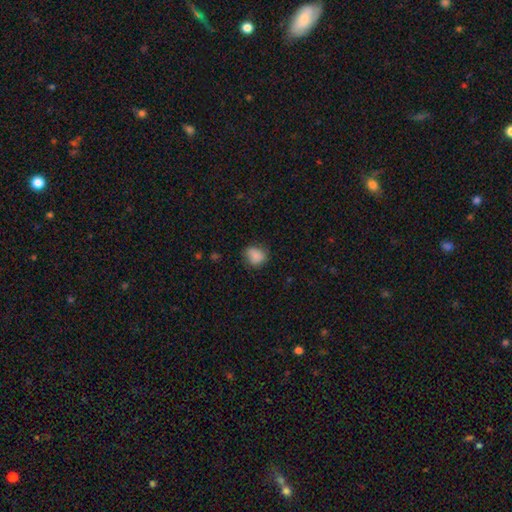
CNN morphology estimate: This is clearly a smooth galaxy (84%). How rounded: possibly round (59%). Merging: likely none (68%).